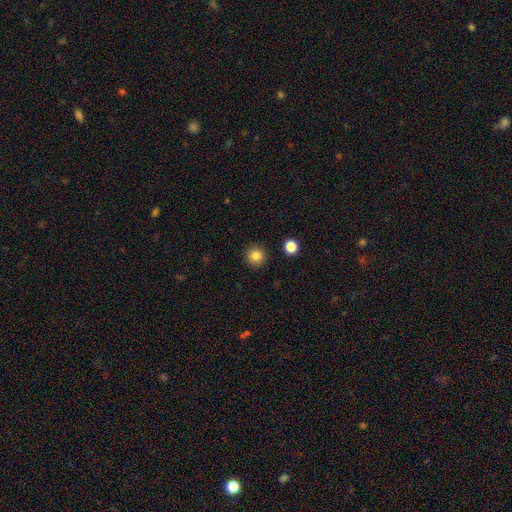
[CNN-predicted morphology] Smooth or featured? Predicted: smooth (p=0.85). How rounded? Predicted: round (p=0.95). Merging? Predicted: none (p=0.92).